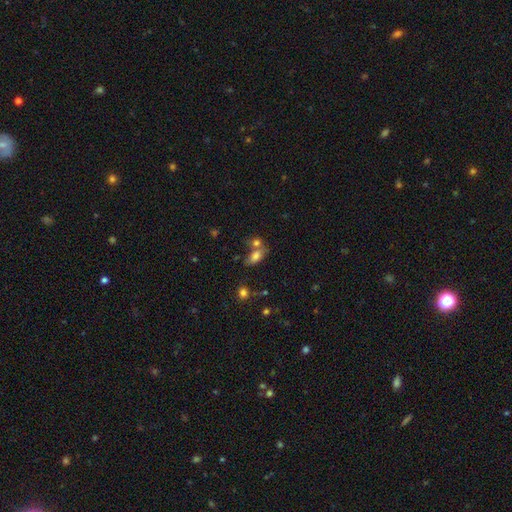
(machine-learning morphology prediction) This is likely a smooth galaxy (76%). How rounded: clearly in between (85%). Merging: marginally none (41%).